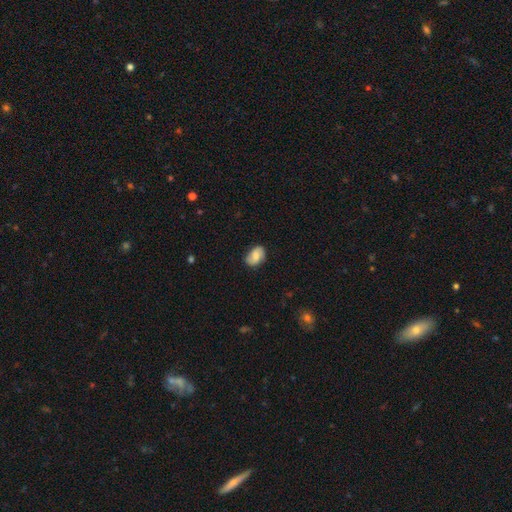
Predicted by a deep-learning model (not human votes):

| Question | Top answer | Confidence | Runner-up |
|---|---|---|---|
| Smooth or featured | smooth | 65% | featured or disk (28%) |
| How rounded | in between | 85% | round (13%) |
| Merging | none | 79% | minor disturbance (16%) |